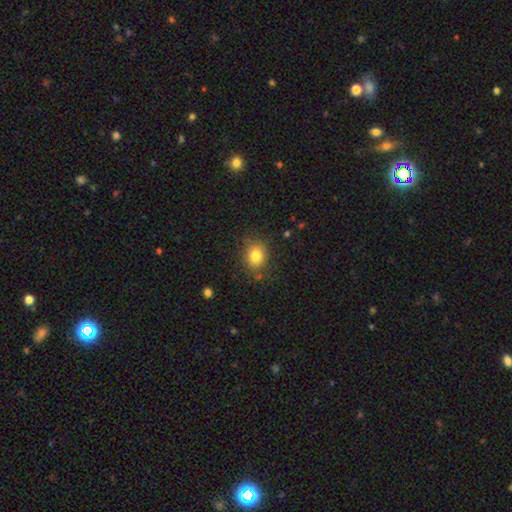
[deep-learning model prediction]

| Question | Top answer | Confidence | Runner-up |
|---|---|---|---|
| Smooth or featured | smooth | 81% | star or artifact (11%) |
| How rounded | round | 59% | in between (40%) |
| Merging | none | 80% | minor disturbance (13%) |